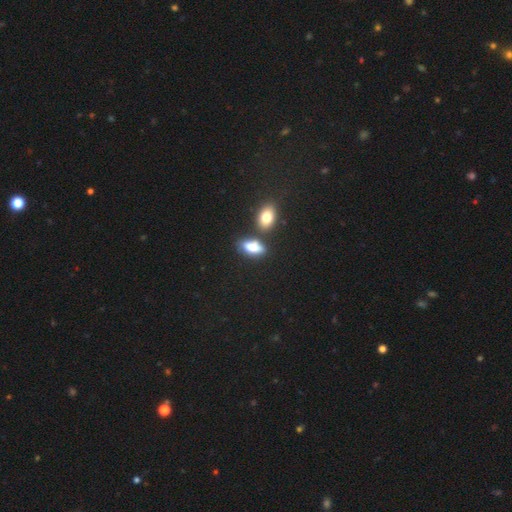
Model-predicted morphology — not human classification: This is possibly a smooth galaxy (57%). How rounded: likely in between (62%). Merging: likely none (60%).